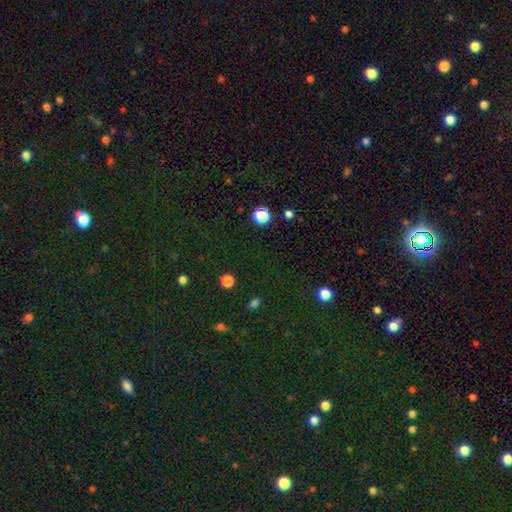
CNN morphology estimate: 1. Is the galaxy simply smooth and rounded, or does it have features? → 68% star or artifact, 24% smooth, 8% featured or disk.